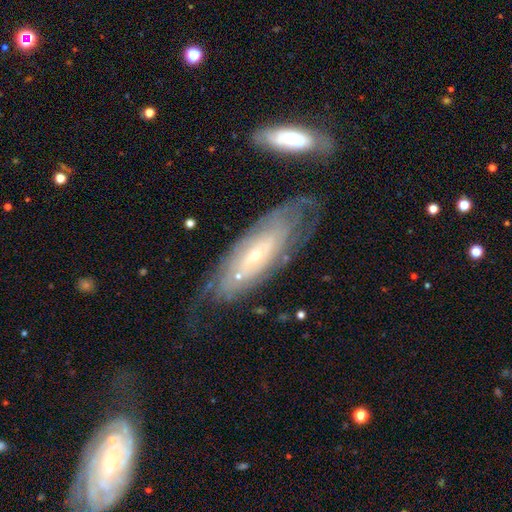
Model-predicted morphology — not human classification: Smooth or featured?
  - featured or disk: 76% *
  - smooth: 17%
  - star or artifact: 7%
Edge-on disk?
  - no: 83% *
  - yes: 17%
Bar?
  - no: 70% *
  - weak: 22%
  - strong: 8%
Spiral arms?
  - yes: 82% *
  - no: 18%
Spiral winding?
  - tight: 71% *
  - medium: 21%
  - loose: 8%
Spiral arm count?
  - can't tell: 64% *
  - 2: 14%
  - 4: 6%
  - 3: 6%
  - more than 4: 5%
  - 1: 4%
Bulge size?
  - small: 79% *
  - moderate: 17%
  - large: 2%
  - none: 1%
  - dominant: 1%
Merging?
  - none: 63% *
  - minor disturbance: 21%
  - major disturbance: 12%
  - merger: 5%